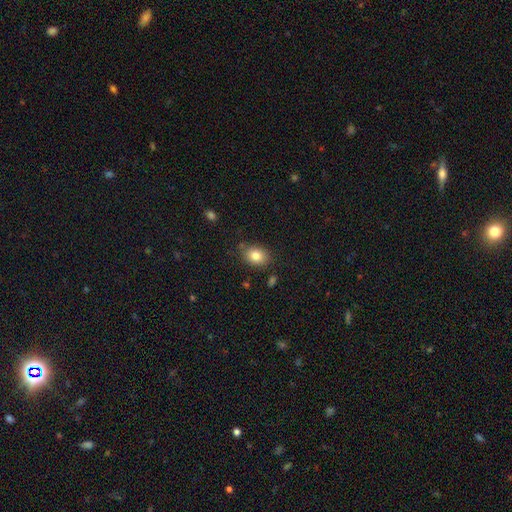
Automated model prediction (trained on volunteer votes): Overall: smooth (84%). How rounded: in between (71%). Merging: none (79%).